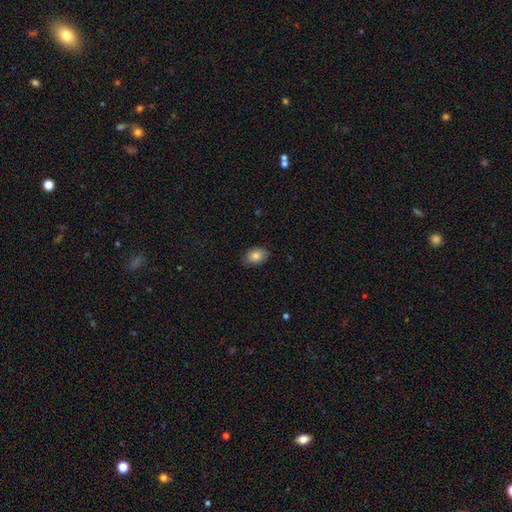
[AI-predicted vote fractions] This appears to be a smooth galaxy with no disk features (84%) that is in between round and cigar-shaped (82%). Merging: none (86%).